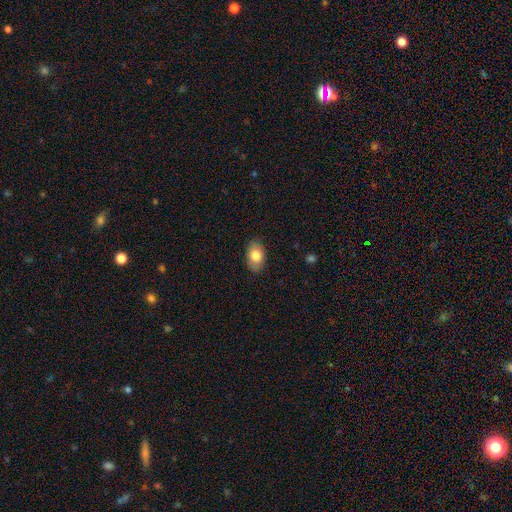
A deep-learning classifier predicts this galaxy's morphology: This appears to be a smooth galaxy with no disk features (80%) that is in between round and cigar-shaped (89%). Merging: none (86%).